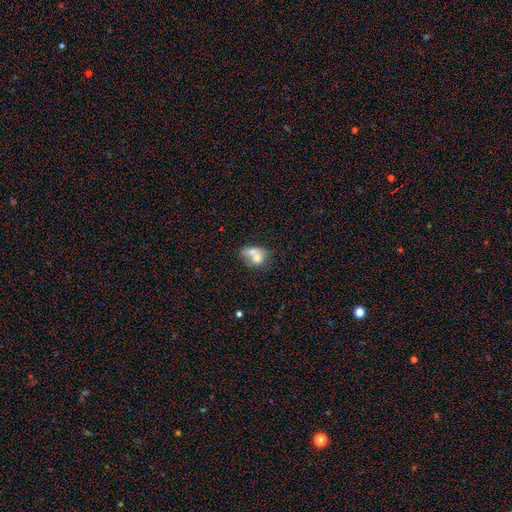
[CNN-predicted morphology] Smooth or featured: smooth — 66% (featured or disk — 25%)
How rounded: in between — 51% (round — 47%)
Merging: merger — 63% (none — 21%)